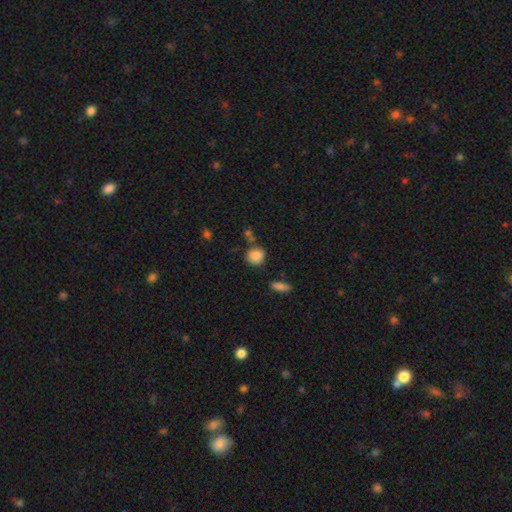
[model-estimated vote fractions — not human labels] Q: Smooth or featured?
A: smooth (86%); runner-up: star or artifact (9%)
Q: How rounded?
A: round (81%); runner-up: in between (17%)
Q: Merging?
A: none (69%); runner-up: minor disturbance (16%)